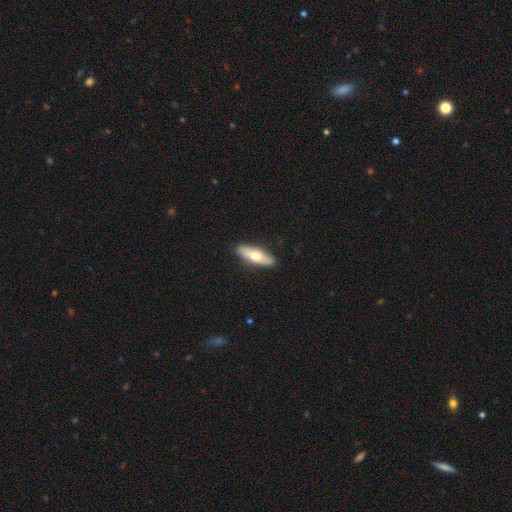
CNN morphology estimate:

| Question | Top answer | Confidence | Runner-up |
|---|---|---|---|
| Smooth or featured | smooth | 57% | featured or disk (38%) |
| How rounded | in between | 49% | cigar-shaped (48%) |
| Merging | none | 89% | minor disturbance (8%) |